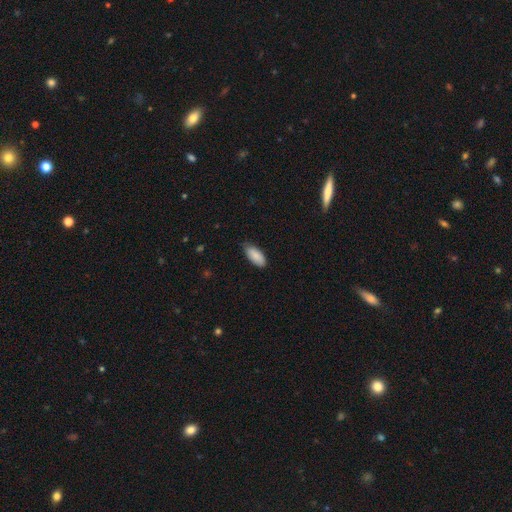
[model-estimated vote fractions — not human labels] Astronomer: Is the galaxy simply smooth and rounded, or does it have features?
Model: smooth — 88%.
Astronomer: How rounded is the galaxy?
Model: in between — 87%.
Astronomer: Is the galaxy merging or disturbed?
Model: none — 74%.